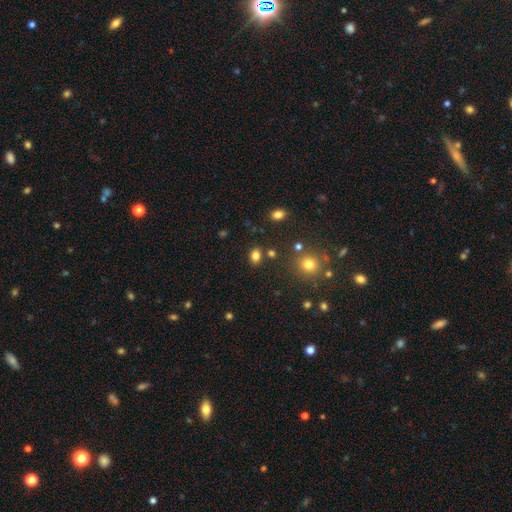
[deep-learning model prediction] smooth-or-featured: smooth: 81% | star or artifact: 13% | featured or disk: 6%
  how-rounded: in between: 69% | round: 29% | cigar-shaped: 1%
  merging: none: 81% | minor disturbance: 10% | merger: 6% | major disturbance: 3%